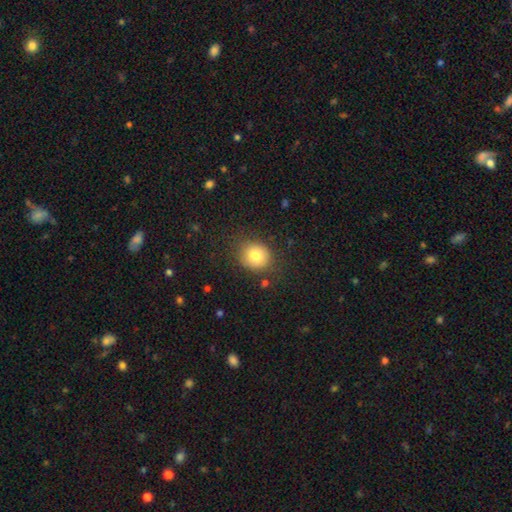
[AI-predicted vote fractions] A smooth galaxy with no disk features (80%) that is round (79%).

Vote fractions:
- Smooth or featured? smooth: 80% / star or artifact: 10% / featured or disk: 10%
- How rounded? round: 79% / in between: 20% / cigar-shaped: 1%
- Merging? none: 82% / minor disturbance: 12% / major disturbance: 4% / merger: 2%